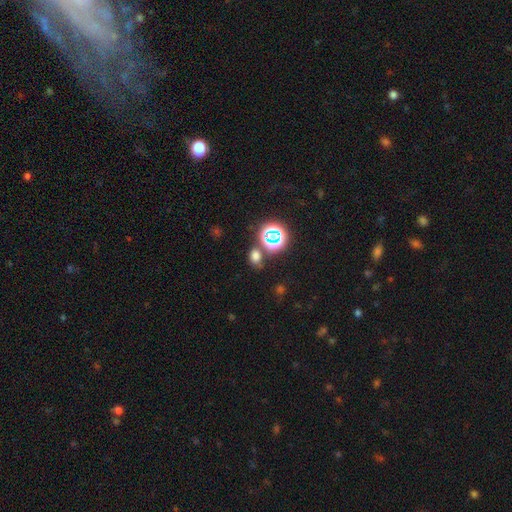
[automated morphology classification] type=smooth (62%); roundness=in between (63%); merging=none (71%).